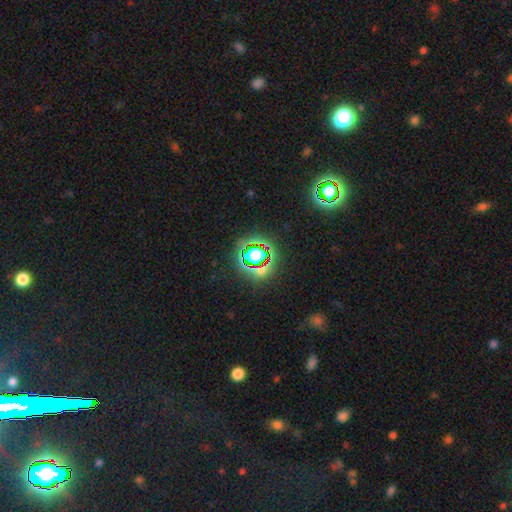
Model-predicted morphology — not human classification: Overall: star or artifact (63%; smooth 26%).